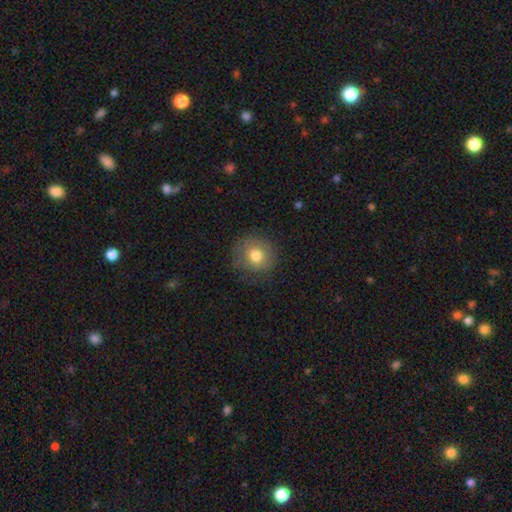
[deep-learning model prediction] Q: Smooth or featured?
A: smooth (76%); runner-up: featured or disk (14%)
Q: How rounded?
A: round (88%); runner-up: in between (11%)
Q: Merging?
A: none (79%); runner-up: minor disturbance (14%)